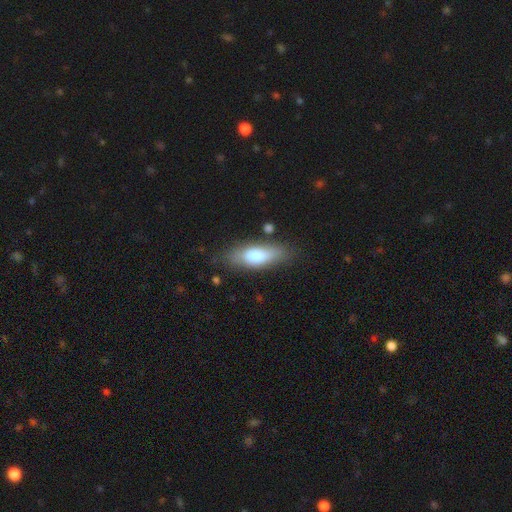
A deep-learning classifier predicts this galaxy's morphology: Smooth or featured? smooth (71%)
How rounded? in between (69%)
Merging? none (75%)